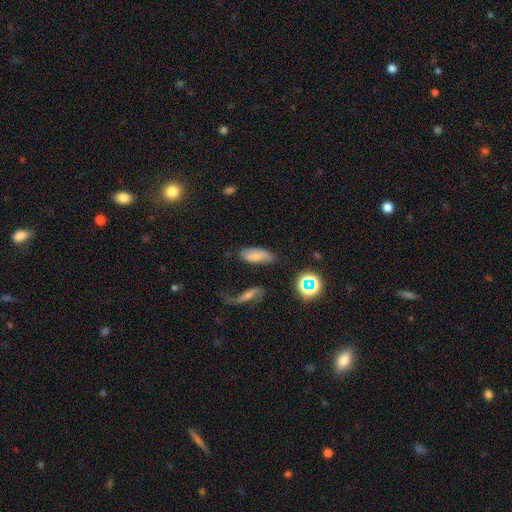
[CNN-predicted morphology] Smooth or featured: smooth — 68% (featured or disk — 20%)
How rounded: in between — 86% (cigar-shaped — 11%)
Merging: none — 63% (minor disturbance — 21%)